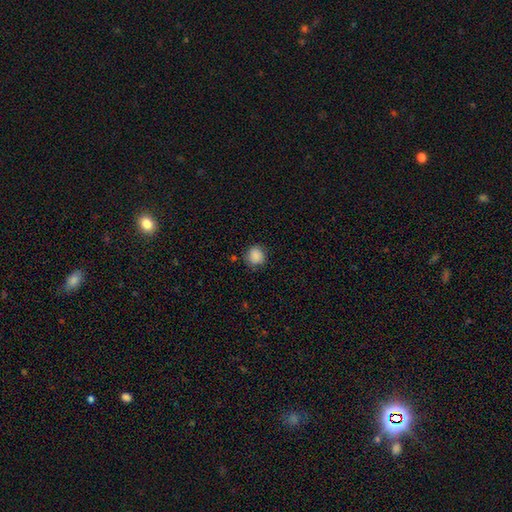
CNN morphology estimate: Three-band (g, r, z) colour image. It shows a smooth galaxy with no disk features (88%) that is round (83%). Merging: none (81%).